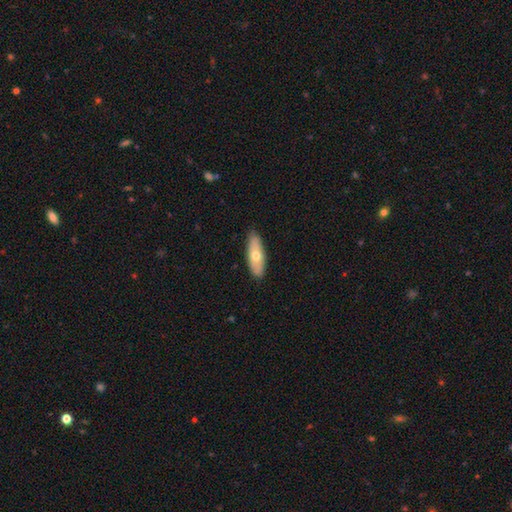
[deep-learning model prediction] smooth-or-featured: smooth: 61% | featured or disk: 33% | star or artifact: 6%
  how-rounded: in between: 58% | cigar-shaped: 40% | round: 3%
  merging: none: 87% | minor disturbance: 10% | major disturbance: 2% | merger: 1%